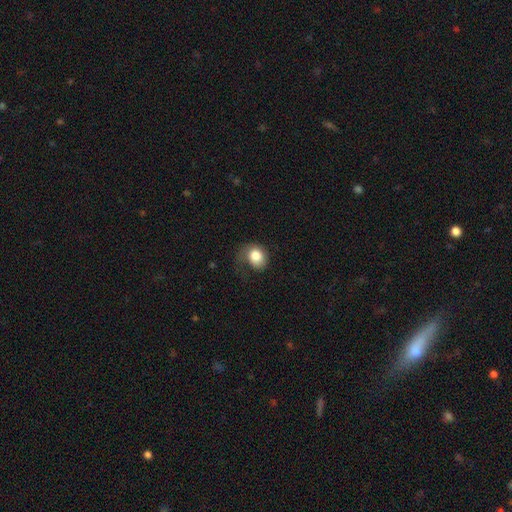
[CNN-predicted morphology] type=smooth (79%); roundness=round (54%); merging=none (37%).